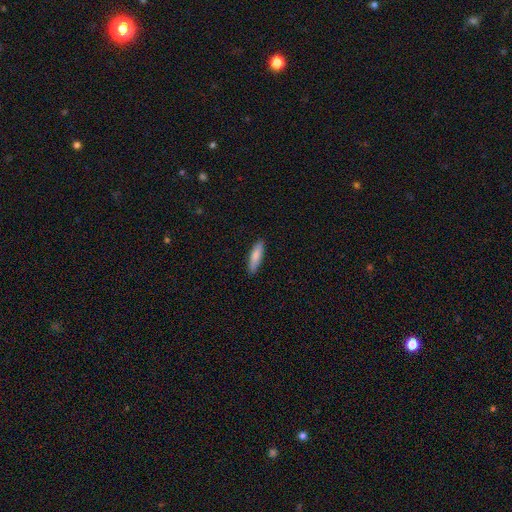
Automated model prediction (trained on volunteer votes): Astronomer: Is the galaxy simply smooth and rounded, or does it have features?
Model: smooth — 84%.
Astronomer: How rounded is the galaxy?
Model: cigar-shaped — 67%.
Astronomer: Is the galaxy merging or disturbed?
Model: none — 88%.